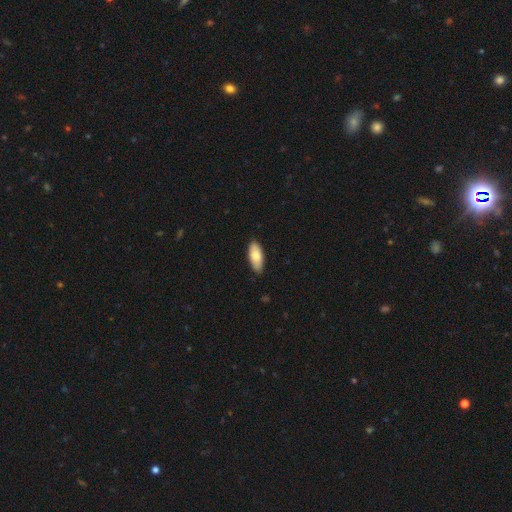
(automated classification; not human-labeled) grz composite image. It shows a smooth galaxy with no disk features (78%) that is in between round and cigar-shaped (84%). Merging: none (88%).